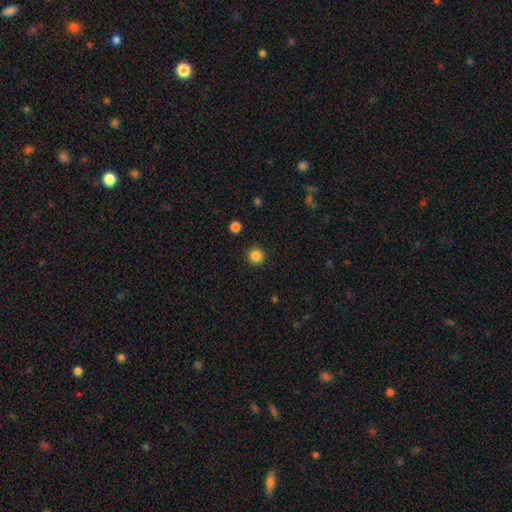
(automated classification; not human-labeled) Smooth or featured? Predicted: smooth (p=0.85). How rounded? Predicted: round (p=0.94). Merging? Predicted: none (p=0.92).